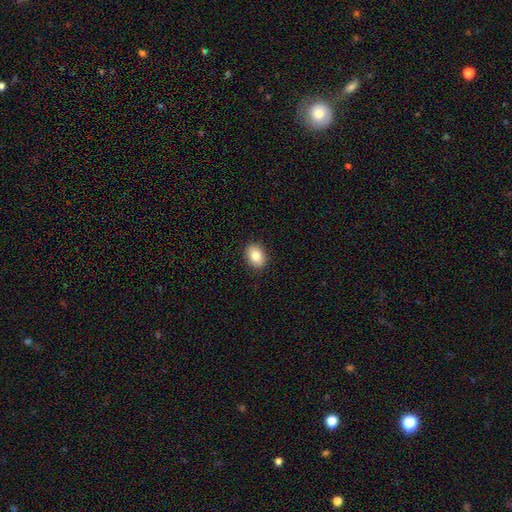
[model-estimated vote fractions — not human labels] smooth_or_featured: smooth (p=0.84) [alt: star or artifact p=0.08]
how_rounded: in between (p=0.75) [alt: round p=0.24]
merging: none (p=0.91) [alt: minor disturbance p=0.07]